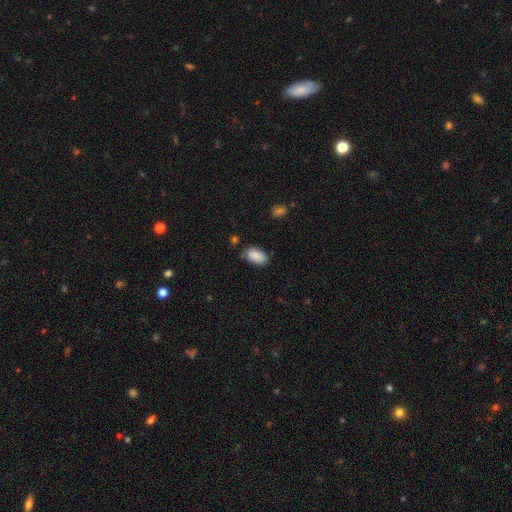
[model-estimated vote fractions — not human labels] smooth_or_featured: smooth (p=0.87) [alt: star or artifact p=0.07]
how_rounded: in between (p=0.93) [alt: round p=0.05]
merging: none (p=0.69) [alt: minor disturbance p=0.24]